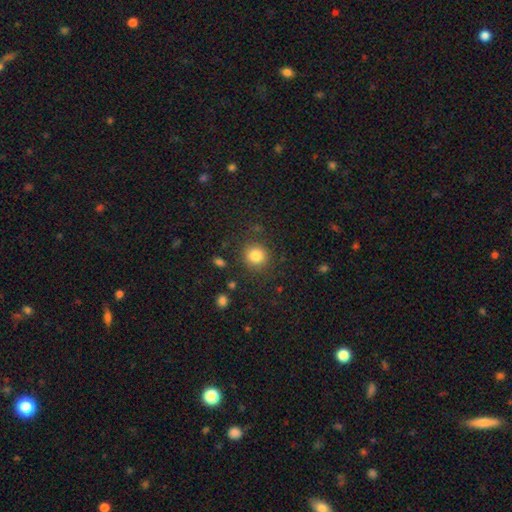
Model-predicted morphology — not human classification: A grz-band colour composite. It shows a smooth galaxy with no disk features (83%) that is round (90%). Merging: none (86%).